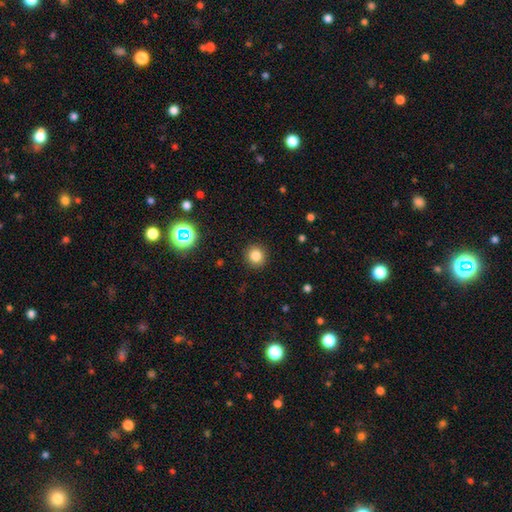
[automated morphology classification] Smooth or featured: smooth — 81% (star or artifact — 13%)
How rounded: round — 91% (in between — 8%)
Merging: none — 91% (minor disturbance — 6%)